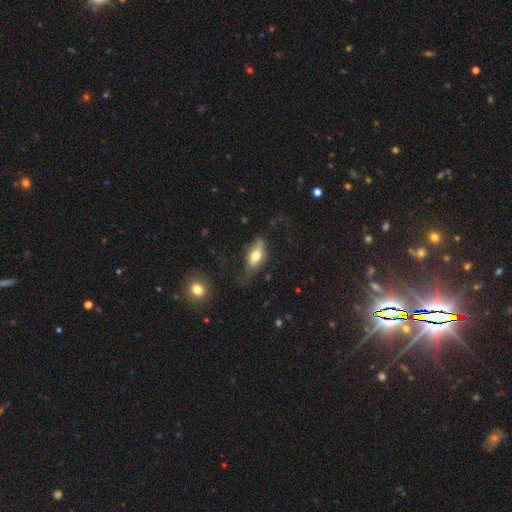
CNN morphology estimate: Smooth or featured: smooth — 59% (featured or disk — 33%)
How rounded: in between — 79% (cigar-shaped — 15%)
Merging: none — 46% (minor disturbance — 30%)